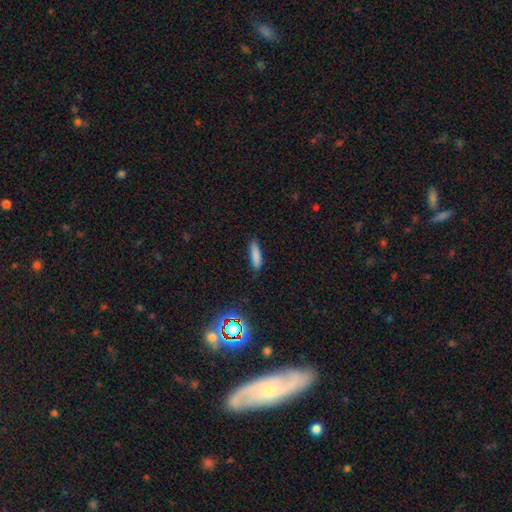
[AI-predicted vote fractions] This appears to be a smooth galaxy with no disk features (83%) that is cigar-shaped (69%). Merging: none (85%).